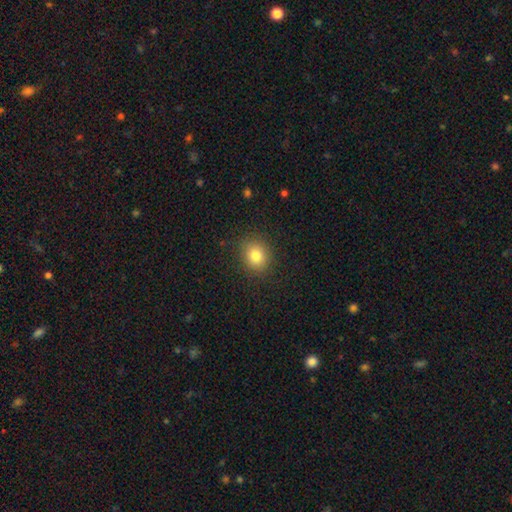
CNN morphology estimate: This is clearly a smooth galaxy (81%). How rounded: likely round (75%). Merging: clearly none (87%).